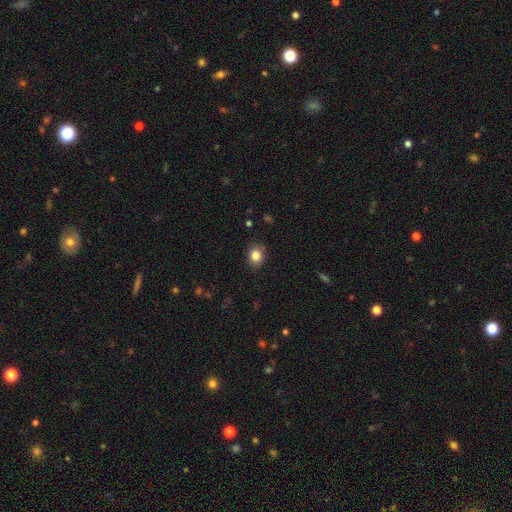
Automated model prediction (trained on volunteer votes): The model was most divided on "how rounded": round: 52%, in between: 47%, cigar-shaped: 1%. More confident: merging — none (85%); smooth or featured — smooth (84%).